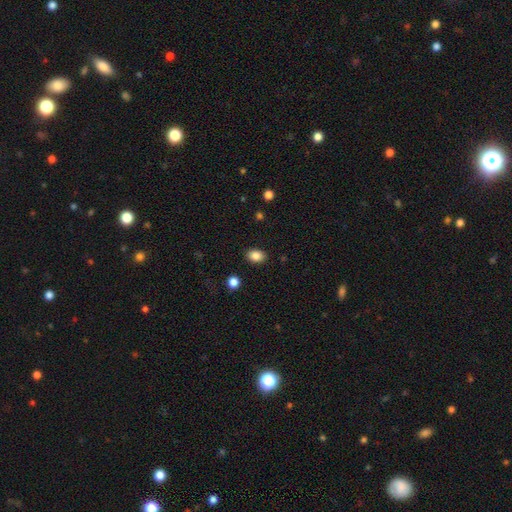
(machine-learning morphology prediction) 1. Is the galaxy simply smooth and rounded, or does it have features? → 86% smooth, 9% star or artifact, 5% featured or disk.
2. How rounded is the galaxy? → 76% in between, 23% round, 1% cigar-shaped.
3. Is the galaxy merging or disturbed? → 88% none, 8% minor disturbance, 2% major disturbance, 1% merger.